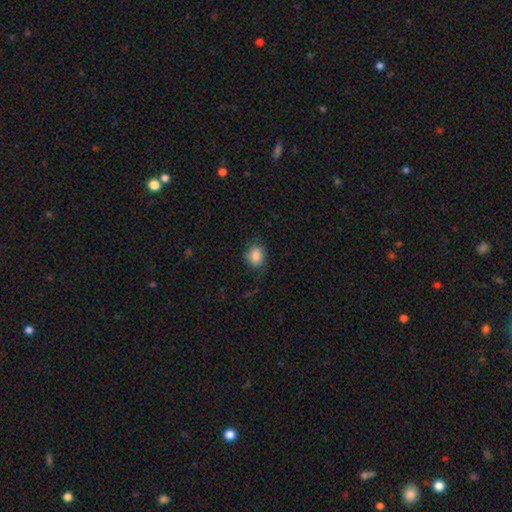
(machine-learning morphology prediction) Overall: smooth (86%). How rounded: in between (62%; round 37%). Merging: none (72%).